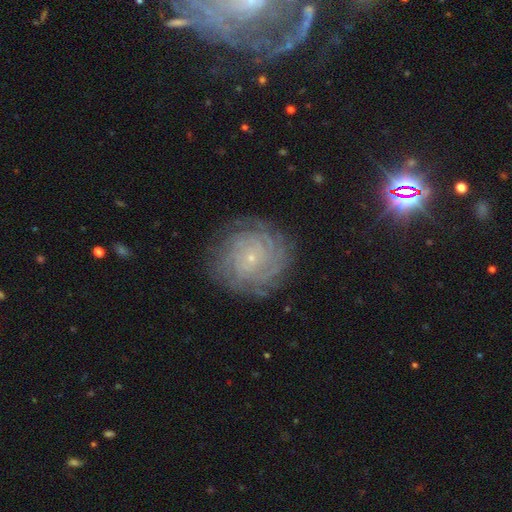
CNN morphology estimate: Smooth or featured? Predicted: featured or disk (p=0.64). Edge-on disk? Predicted: no (p=0.97). Bar? Predicted: no (p=0.77). Spiral arms? Predicted: yes (p=0.90). Spiral winding? Predicted: tight (p=0.80). Spiral arm count? Predicted: can't tell (p=0.50). Bulge size? Predicted: small (p=0.87). Merging? Predicted: none (p=0.83).